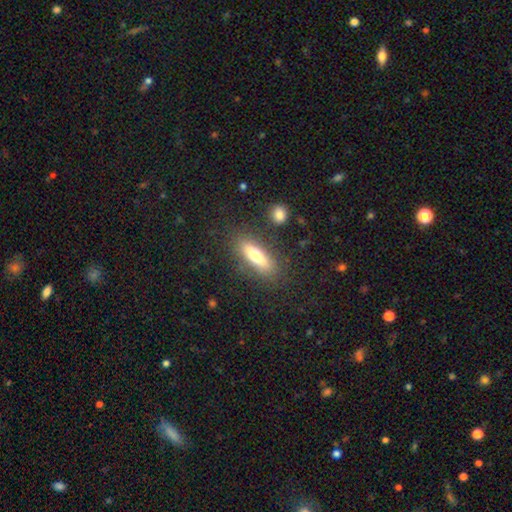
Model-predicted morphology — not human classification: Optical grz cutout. It shows a smooth galaxy with no disk features (64%) that is cigar-shaped (51%). Merging: none (82%).